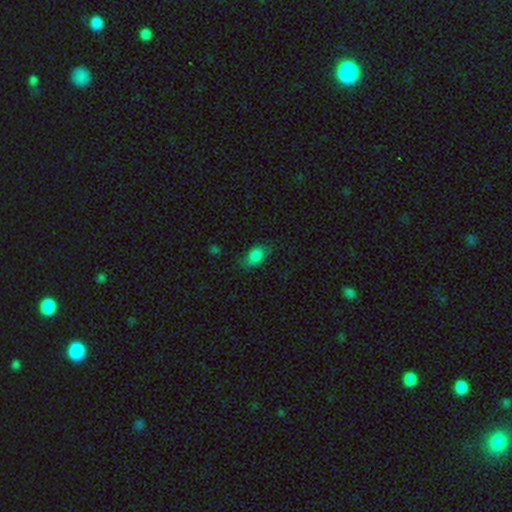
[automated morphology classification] This is clearly a smooth galaxy (84%). How rounded: clearly in between (87%). Merging: likely none (68%).